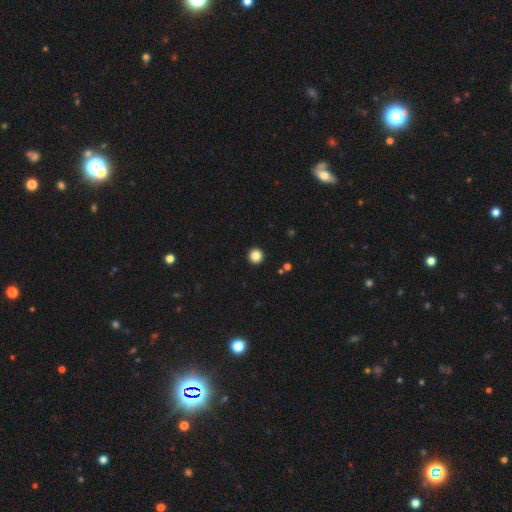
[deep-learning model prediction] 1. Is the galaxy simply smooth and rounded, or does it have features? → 85% smooth, 11% star or artifact, 4% featured or disk.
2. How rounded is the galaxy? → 96% round, 3% in between, 1% cigar-shaped.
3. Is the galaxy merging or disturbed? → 93% none, 4% minor disturbance, 1% major disturbance, 1% merger.